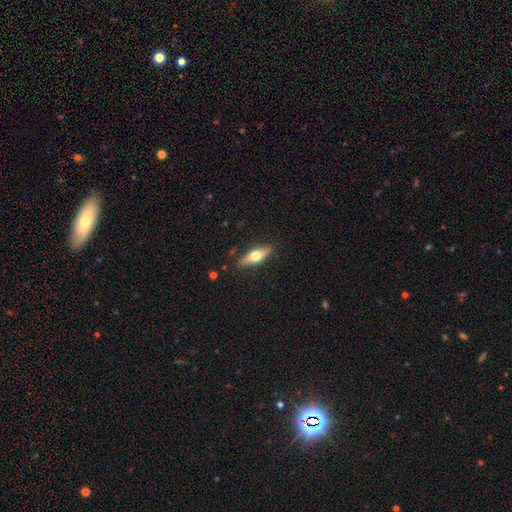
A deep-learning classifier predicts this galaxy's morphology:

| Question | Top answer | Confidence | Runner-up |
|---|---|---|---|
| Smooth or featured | smooth | 54% | featured or disk (40%) |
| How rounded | in between | 51% | cigar-shaped (46%) |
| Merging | none | 86% | minor disturbance (11%) |